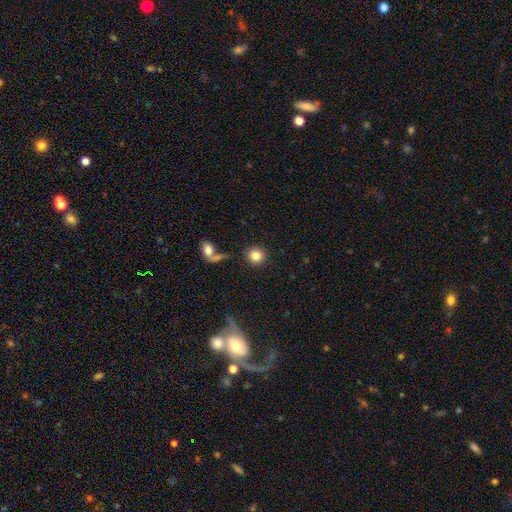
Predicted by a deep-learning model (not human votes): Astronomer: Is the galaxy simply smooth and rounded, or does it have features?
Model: smooth — 83%.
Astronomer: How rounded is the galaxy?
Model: round — 91%.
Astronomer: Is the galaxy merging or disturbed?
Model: none — 84%.